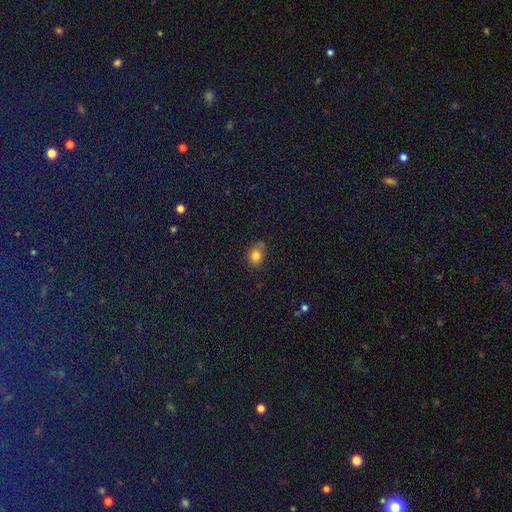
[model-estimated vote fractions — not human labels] A smooth galaxy with no disk features (82%) that is round (61%).

Vote fractions:
- Smooth or featured? smooth: 82% / star or artifact: 12% / featured or disk: 6%
- How rounded? round: 61% / in between: 38% / cigar-shaped: 1%
- Merging? none: 67% / minor disturbance: 22% / merger: 6% / major disturbance: 5%